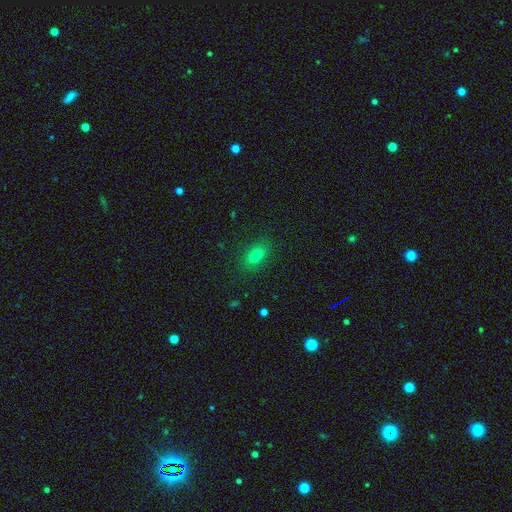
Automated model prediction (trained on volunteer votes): This is likely a smooth galaxy (79%). How rounded: clearly in between (83%). Merging: clearly none (87%).